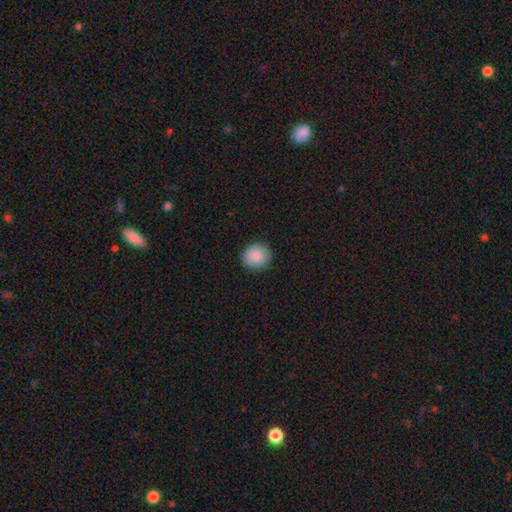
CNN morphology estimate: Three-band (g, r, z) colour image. It shows a smooth galaxy with no disk features (89%) that is round (89%). Merging: none (91%).